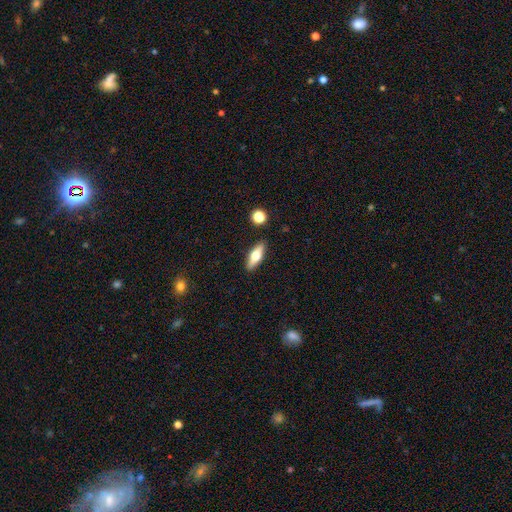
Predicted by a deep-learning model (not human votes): Morphology: type=smooth (57%); roundness=in between (59%); merging=none (88%).